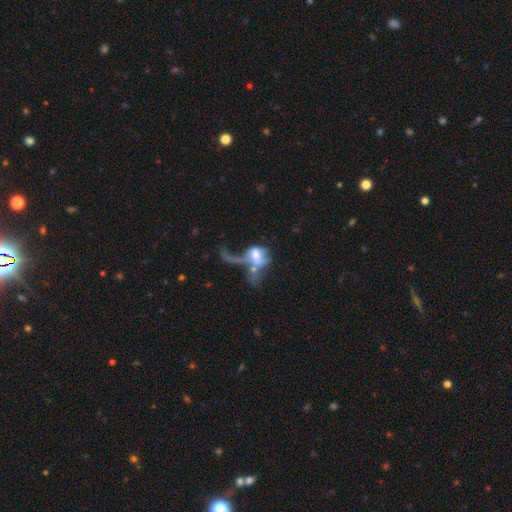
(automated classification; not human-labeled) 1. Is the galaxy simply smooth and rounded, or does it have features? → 46% smooth, 45% featured or disk, 9% star or artifact.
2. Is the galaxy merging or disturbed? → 46% major disturbance, 38% merger, 10% none, 6% minor disturbance.